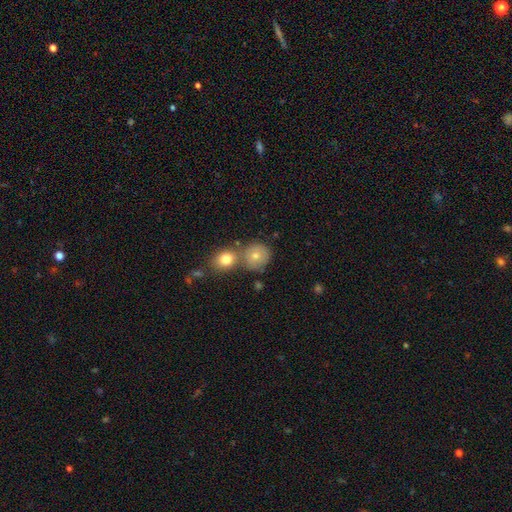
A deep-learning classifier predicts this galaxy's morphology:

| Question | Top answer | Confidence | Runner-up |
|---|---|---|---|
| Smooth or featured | smooth | 77% | featured or disk (12%) |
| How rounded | round | 86% | in between (13%) |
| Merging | none | 54% | merger (33%) |